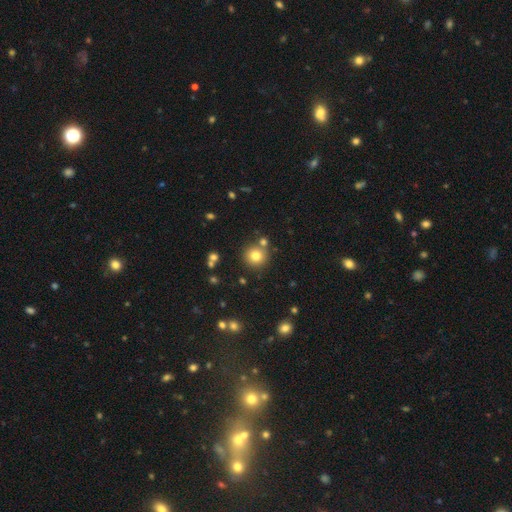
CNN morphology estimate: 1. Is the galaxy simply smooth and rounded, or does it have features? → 78% smooth, 13% star or artifact, 9% featured or disk.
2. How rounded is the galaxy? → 93% round, 6% in between, 1% cigar-shaped.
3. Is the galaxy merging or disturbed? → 79% none, 10% merger, 8% minor disturbance, 3% major disturbance.